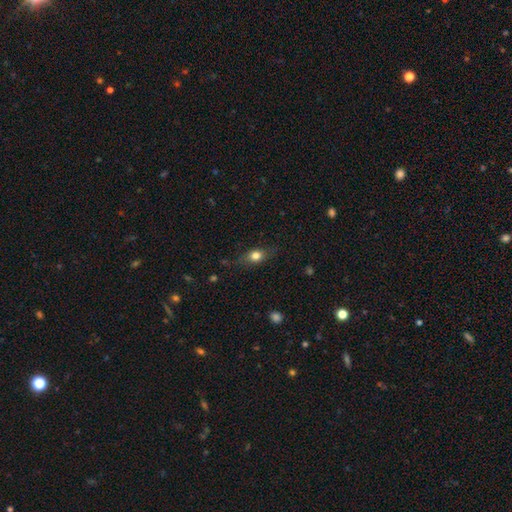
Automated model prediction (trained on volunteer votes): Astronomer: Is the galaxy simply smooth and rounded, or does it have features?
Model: smooth — 72%.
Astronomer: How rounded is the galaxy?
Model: in between — 61%.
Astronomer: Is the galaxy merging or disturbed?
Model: none — 74%.